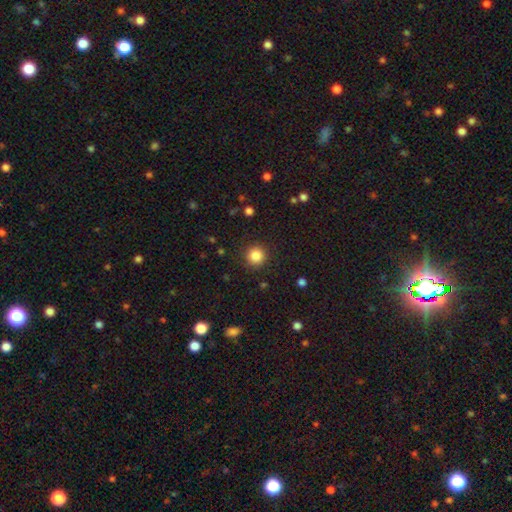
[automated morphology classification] Smooth or featured: smooth — 85% (star or artifact — 11%)
How rounded: round — 94% (in between — 5%)
Merging: none — 90% (minor disturbance — 6%)